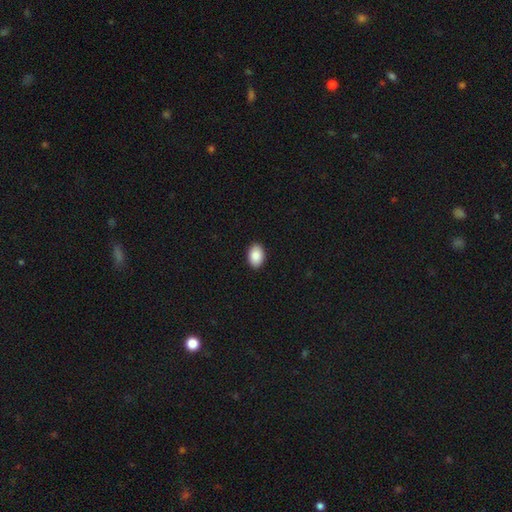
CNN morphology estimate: This is clearly a smooth galaxy (90%). How rounded: clearly in between (87%). Merging: clearly none (91%).